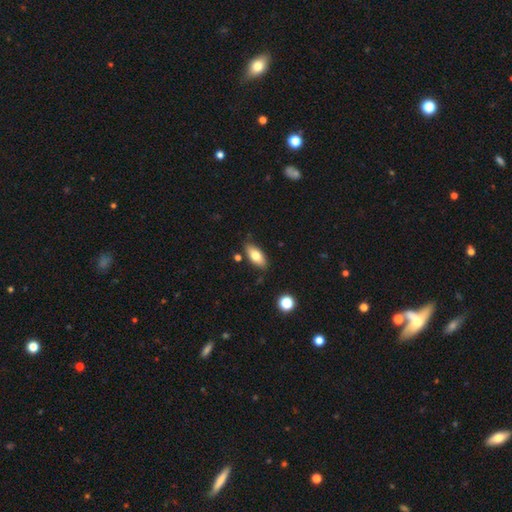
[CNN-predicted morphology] type=smooth (75%); roundness=in between (85%); merging=none (82%).